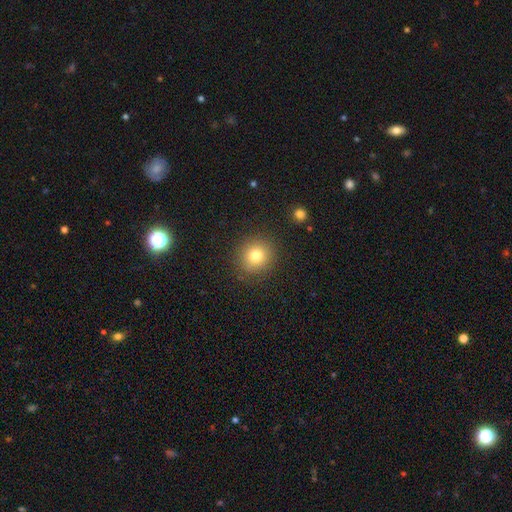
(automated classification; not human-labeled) This is likely a smooth galaxy (78%). How rounded: clearly round (87%). Merging: clearly none (87%).